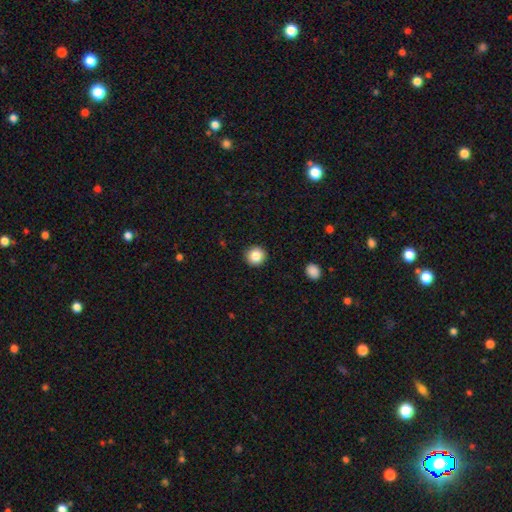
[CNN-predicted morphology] Smooth or featured?
  - smooth: 85% *
  - star or artifact: 10%
  - featured or disk: 5%
How rounded?
  - round: 94% *
  - in between: 5%
  - cigar-shaped: 1%
Merging?
  - none: 92% *
  - minor disturbance: 5%
  - major disturbance: 2%
  - merger: 1%